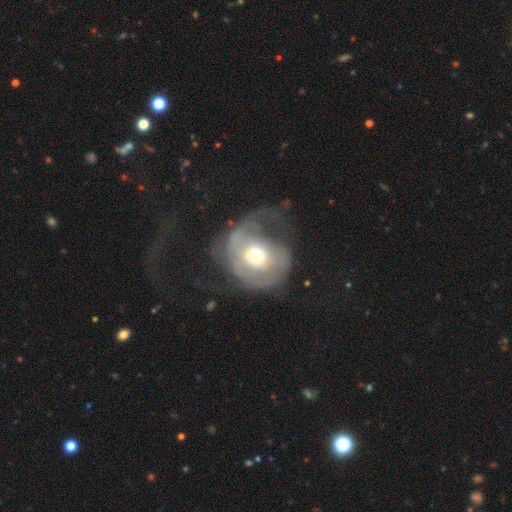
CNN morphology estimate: A featured or disk galaxy (52%) with no bar (76%), no spiral arms (56%) and a moderate central bulge (67%). Merging: major disturbance (54%).